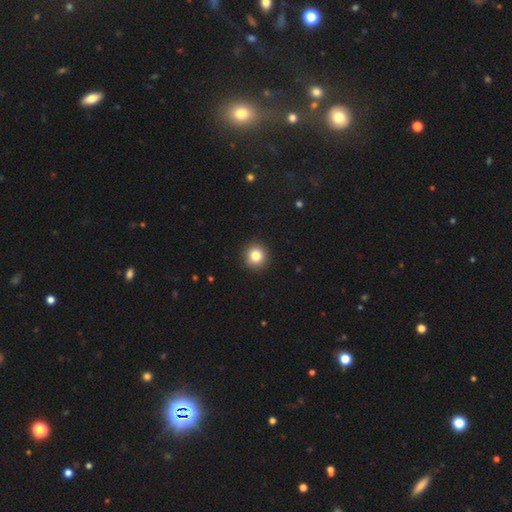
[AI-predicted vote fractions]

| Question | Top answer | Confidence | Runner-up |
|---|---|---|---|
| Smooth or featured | smooth | 83% | star or artifact (11%) |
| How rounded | round | 93% | in between (6%) |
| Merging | none | 92% | minor disturbance (5%) |